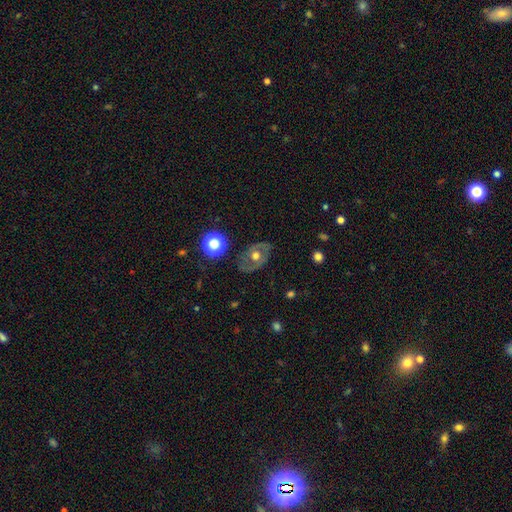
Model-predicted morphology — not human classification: smooth-or-featured: featured or disk: 57% | smooth: 33% | star or artifact: 10%
  disk-edge-on: no: 93% | yes: 7%
    bar: no: 82% | weak: 14% | strong: 4%
    has-spiral-arms: no: 60% | yes: 40%
    bulge-size: moderate: 70% | large: 19% | small: 8% | dominant: 2% | none: 1%
  merging: none: 74% | minor disturbance: 17% | major disturbance: 7% | merger: 2%